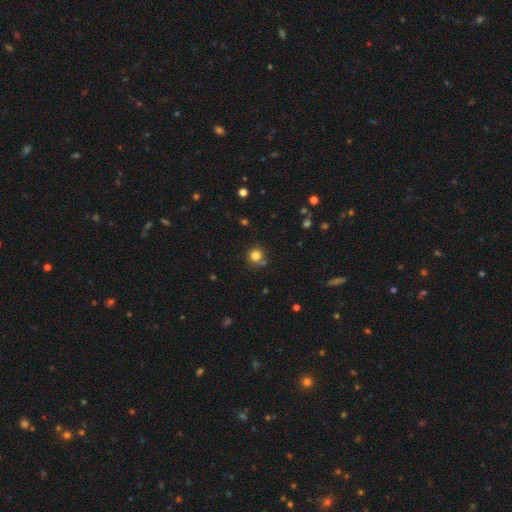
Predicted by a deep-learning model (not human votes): This is clearly a smooth galaxy (80%). How rounded: clearly round (93%). Merging: likely none (78%).